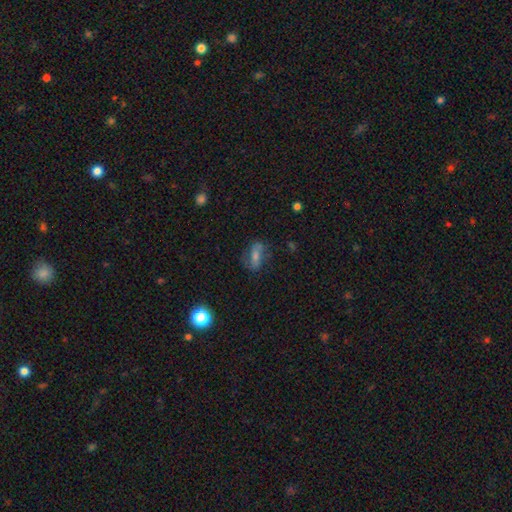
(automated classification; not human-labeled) A smooth galaxy with no disk features (46%).

Vote fractions:
- Smooth or featured? smooth: 46% / featured or disk: 43% / star or artifact: 11%
- Merging? none: 60% / minor disturbance: 22% / major disturbance: 15% / merger: 3%